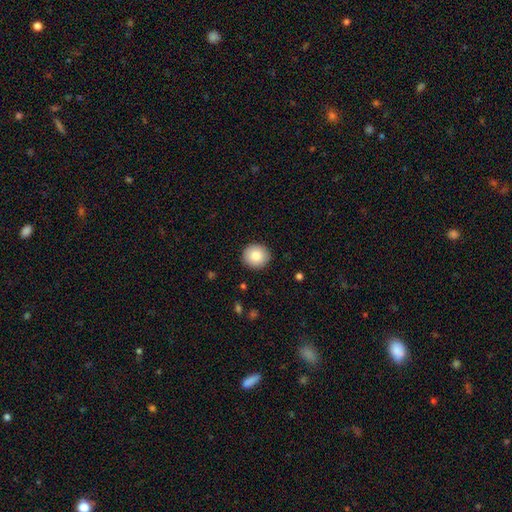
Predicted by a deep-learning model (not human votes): smooth 85%, star or artifact 8%, featured or disk 7%. Down the decision tree: how rounded — round (90%); merging — none (91%).